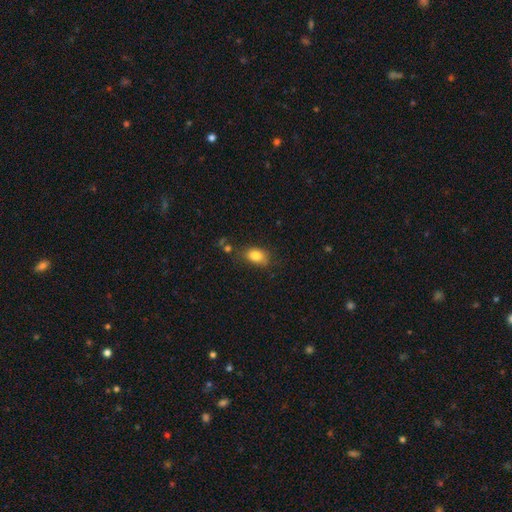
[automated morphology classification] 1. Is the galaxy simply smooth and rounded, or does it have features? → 82% smooth, 9% star or artifact, 8% featured or disk.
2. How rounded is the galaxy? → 81% in between, 17% round, 2% cigar-shaped.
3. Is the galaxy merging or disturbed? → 68% none, 22% minor disturbance, 6% major disturbance, 4% merger.